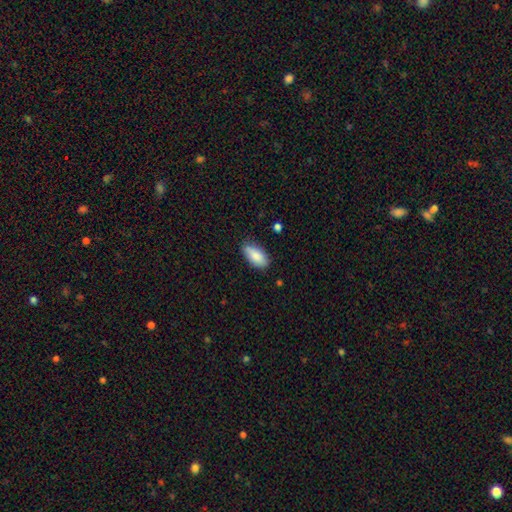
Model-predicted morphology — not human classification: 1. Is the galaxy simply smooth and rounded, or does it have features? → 85% smooth, 9% featured or disk, 7% star or artifact.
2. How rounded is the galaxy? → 89% in between, 8% cigar-shaped, 3% round.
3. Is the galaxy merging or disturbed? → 76% none, 19% minor disturbance, 3% major disturbance, 2% merger.